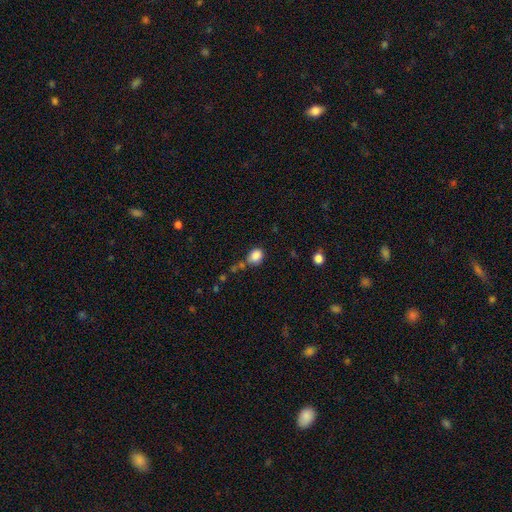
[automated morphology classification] Smooth or featured: smooth — 85% (star or artifact — 10%)
How rounded: in between — 51% (round — 48%)
Merging: none — 58% (minor disturbance — 22%)